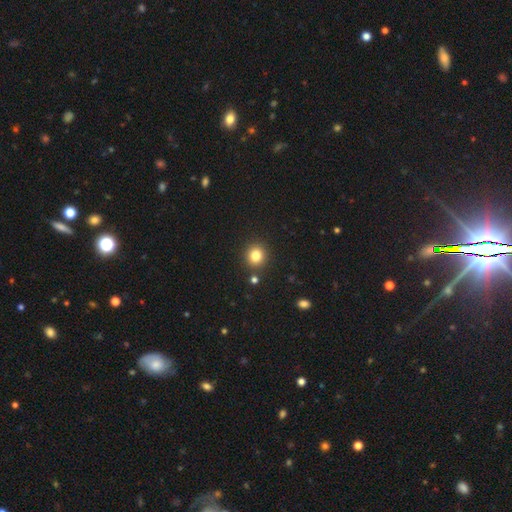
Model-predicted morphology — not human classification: Smooth or featured? smooth (83%)
How rounded? round (86%)
Merging? none (88%)